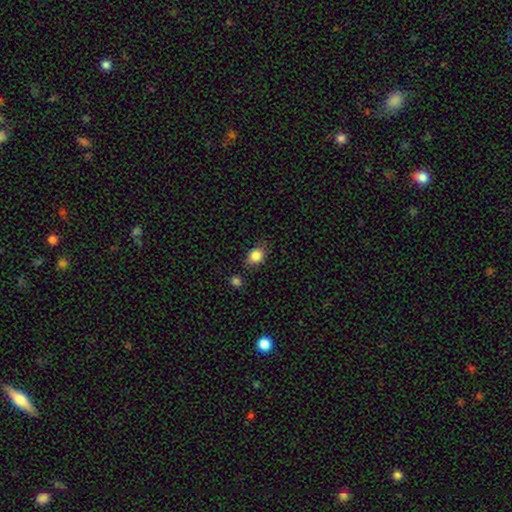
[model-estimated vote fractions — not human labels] Q: Smooth or featured?
A: smooth (85%); runner-up: star or artifact (10%)
Q: How rounded?
A: round (52%); runner-up: in between (47%)
Q: Merging?
A: none (74%); runner-up: minor disturbance (17%)